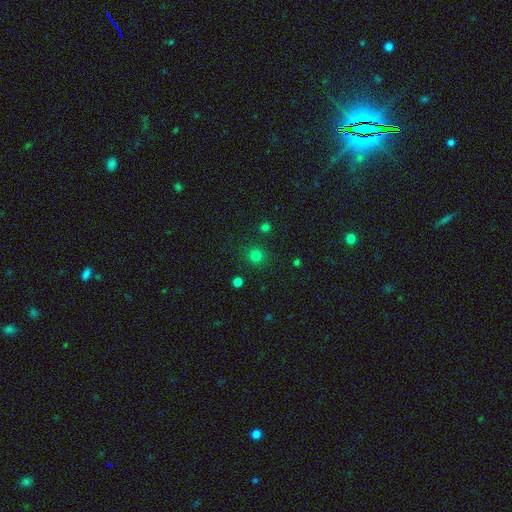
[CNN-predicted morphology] A smooth galaxy with no disk features (78%) that is round (92%).

Vote fractions:
- Smooth or featured? smooth: 78% / star or artifact: 17% / featured or disk: 5%
- How rounded? round: 92% / in between: 7% / cigar-shaped: 1%
- Merging? none: 88% / minor disturbance: 7% / major disturbance: 3% / merger: 3%